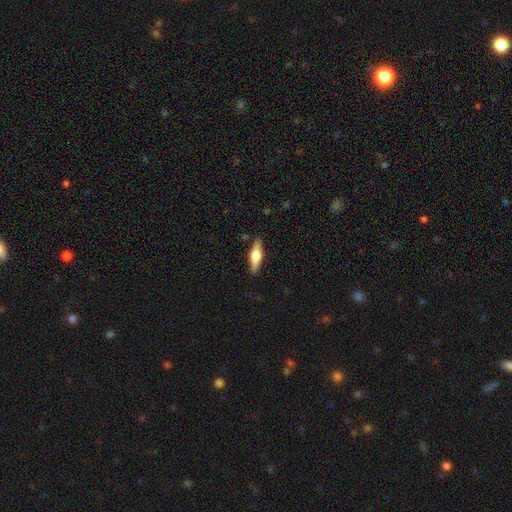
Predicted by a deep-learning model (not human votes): featured or disk 55%, smooth 40%, star or artifact 6%. Down the decision tree: edge-on disk — yes (95%); edge-on bulge — rounded (92%); merging — none (88%).